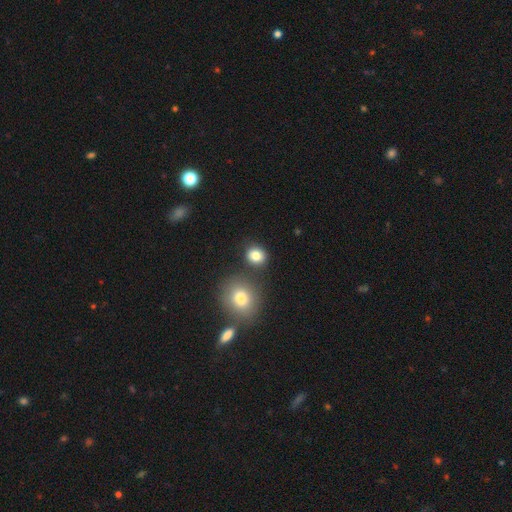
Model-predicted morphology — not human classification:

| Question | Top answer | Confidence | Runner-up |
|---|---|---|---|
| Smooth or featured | smooth | 82% | star or artifact (11%) |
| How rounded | round | 72% | in between (27%) |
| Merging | none | 76% | merger (11%) |